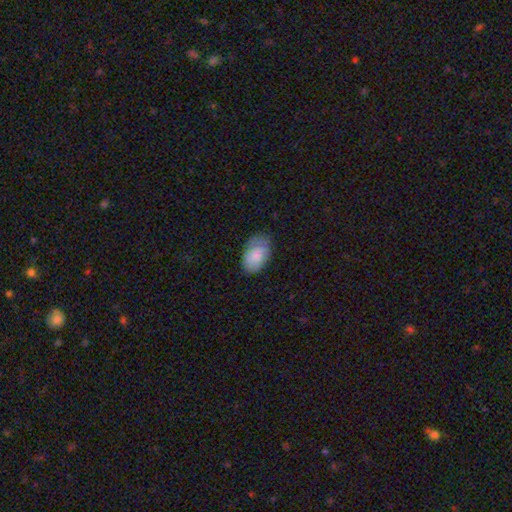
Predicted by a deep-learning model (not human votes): Q: Smooth or featured?
A: smooth (82%); runner-up: featured or disk (11%)
Q: How rounded?
A: in between (92%); runner-up: round (7%)
Q: Merging?
A: none (71%); runner-up: minor disturbance (23%)